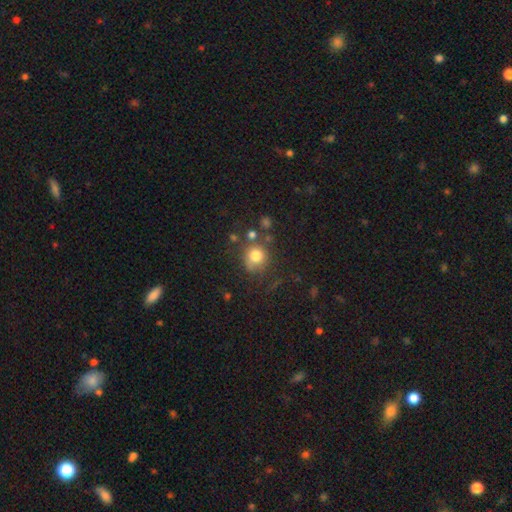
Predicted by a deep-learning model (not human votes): Q: Smooth or featured?
A: smooth (77%); runner-up: star or artifact (13%)
Q: How rounded?
A: round (86%); runner-up: in between (13%)
Q: Merging?
A: none (64%); runner-up: minor disturbance (17%)